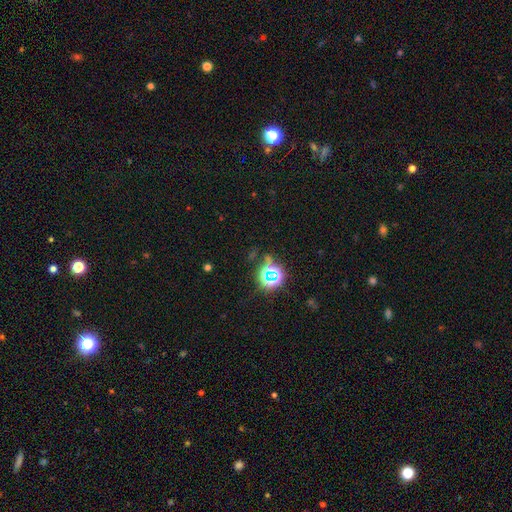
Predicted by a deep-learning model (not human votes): A star or artifact, not a galaxy (63%).

Vote fractions:
- Smooth or featured? star or artifact: 63% / smooth: 26% / featured or disk: 11%